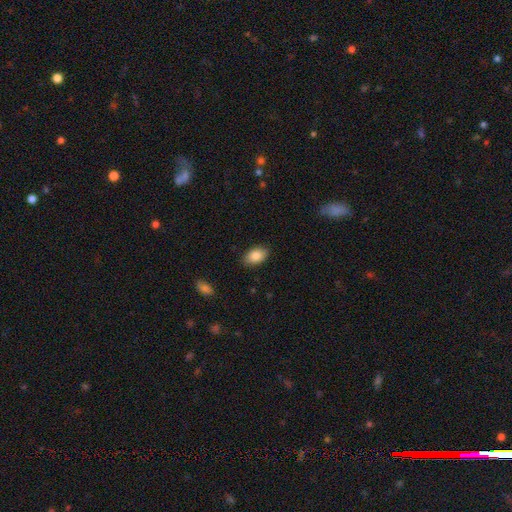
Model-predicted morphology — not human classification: smooth_or_featured: smooth (p=0.86) [alt: star or artifact p=0.07]
how_rounded: in between (p=0.90) [alt: round p=0.08]
merging: none (p=0.87) [alt: minor disturbance p=0.10]